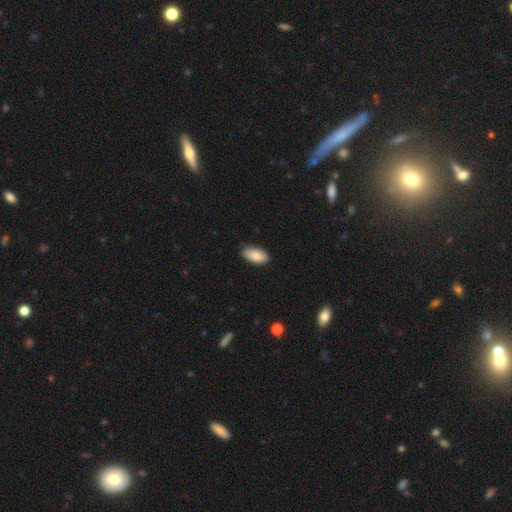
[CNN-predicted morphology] Smooth or featured?
  - smooth: 86% *
  - featured or disk: 8%
  - star or artifact: 6%
How rounded?
  - in between: 93% *
  - cigar-shaped: 5%
  - round: 2%
Merging?
  - none: 86% *
  - minor disturbance: 11%
  - major disturbance: 2%
  - merger: 1%